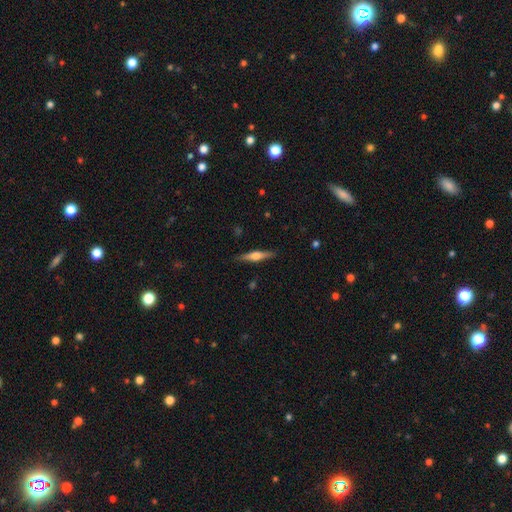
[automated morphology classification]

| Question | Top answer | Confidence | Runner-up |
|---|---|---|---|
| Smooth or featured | featured or disk | 60% | smooth (34%) |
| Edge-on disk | yes | 97% | no (3%) |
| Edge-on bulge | rounded | 90% | boxy (7%) |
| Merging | none | 89% | minor disturbance (8%) |